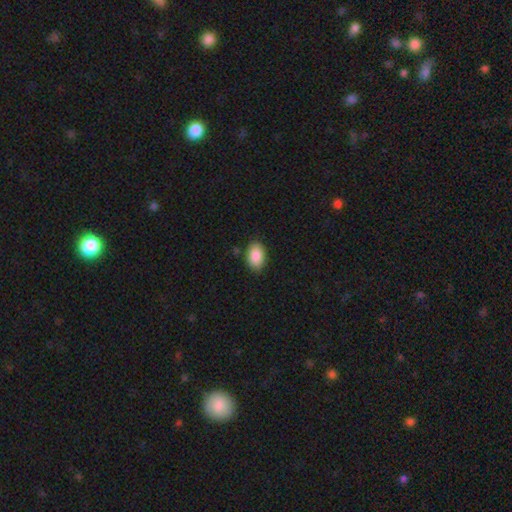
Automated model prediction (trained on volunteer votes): Q: Smooth or featured?
A: smooth (88%); runner-up: star or artifact (7%)
Q: How rounded?
A: in between (90%); runner-up: round (8%)
Q: Merging?
A: none (87%); runner-up: minor disturbance (10%)